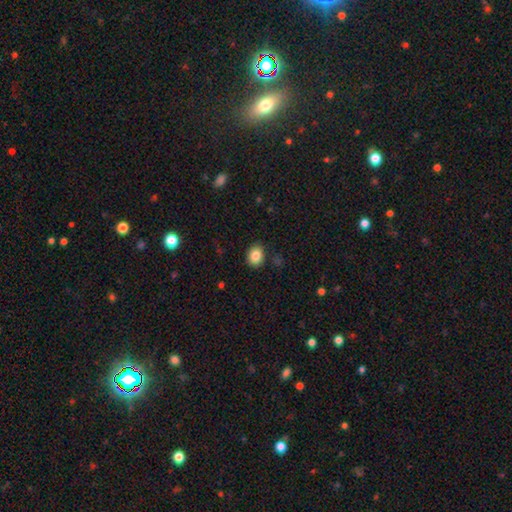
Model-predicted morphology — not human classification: Q: Smooth or featured?
A: smooth (85%); runner-up: star or artifact (9%)
Q: How rounded?
A: in between (54%); runner-up: round (45%)
Q: Merging?
A: none (85%); runner-up: minor disturbance (11%)